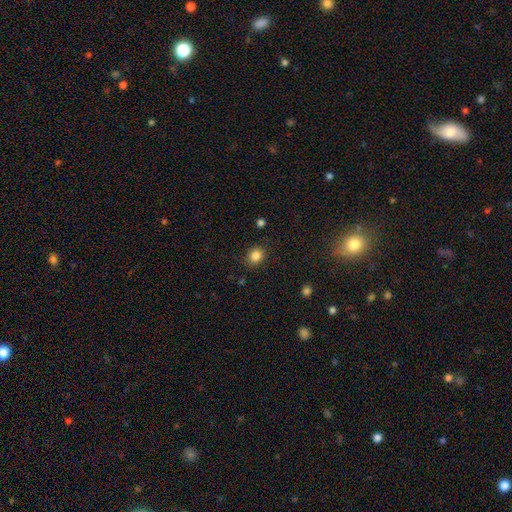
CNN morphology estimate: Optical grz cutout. It shows a smooth galaxy with no disk features (85%) that is round (63%). Merging: none (87%).